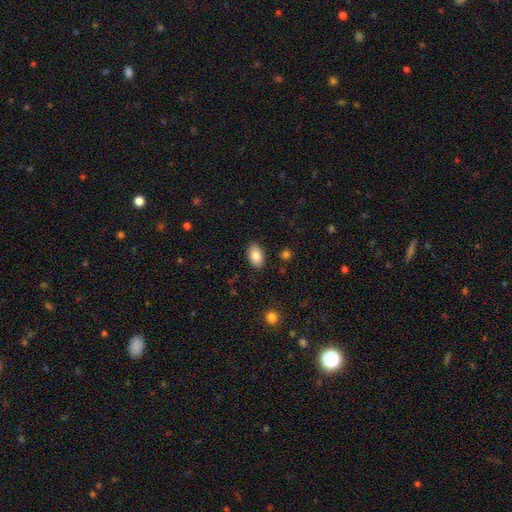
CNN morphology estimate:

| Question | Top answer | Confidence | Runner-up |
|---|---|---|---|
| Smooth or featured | smooth | 84% | featured or disk (9%) |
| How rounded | in between | 92% | round (7%) |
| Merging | none | 88% | minor disturbance (9%) |